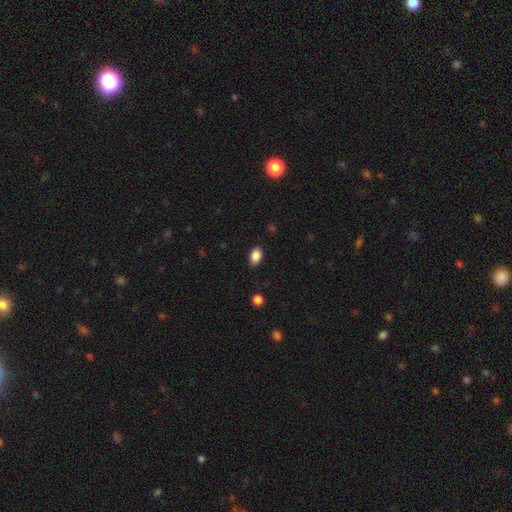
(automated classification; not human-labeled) A smooth galaxy with no disk features (87%) that is in between round and cigar-shaped (84%). Merging: none (87%).